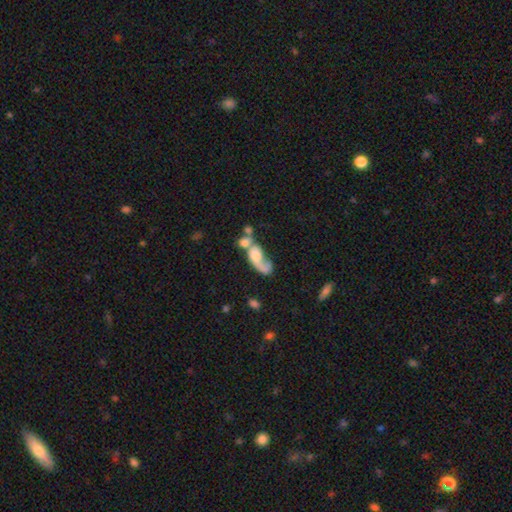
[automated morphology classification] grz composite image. It shows a smooth galaxy with no disk features (46%). Merging: merger (54%).